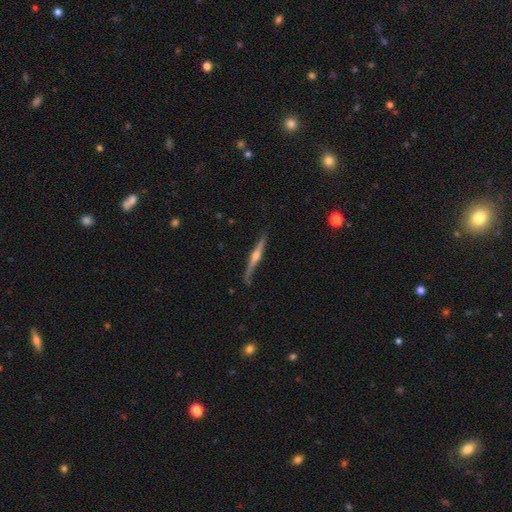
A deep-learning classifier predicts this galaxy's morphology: Q: Smooth or featured?
A: featured or disk (75%); runner-up: smooth (20%)
Q: Edge-on disk?
A: yes (98%); runner-up: no (2%)
Q: Edge-on bulge?
A: rounded (90%); runner-up: none (6%)
Q: Merging?
A: none (81%); runner-up: minor disturbance (14%)